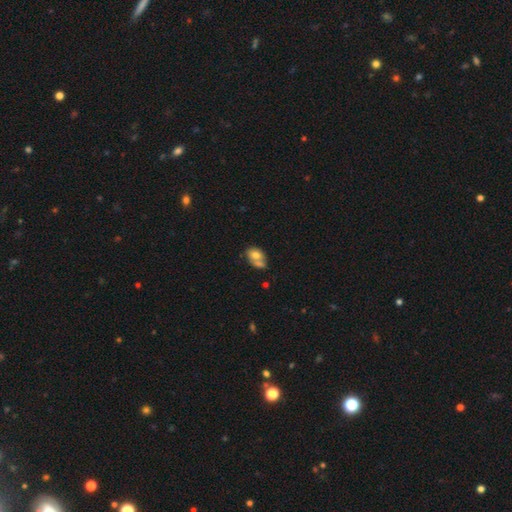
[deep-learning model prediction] Smooth or featured?
  - smooth: 67% *
  - featured or disk: 24%
  - star or artifact: 9%
How rounded?
  - in between: 76% *
  - round: 23%
  - cigar-shaped: 2%
Merging?
  - merger: 49% *
  - none: 27%
  - minor disturbance: 15%
  - major disturbance: 8%